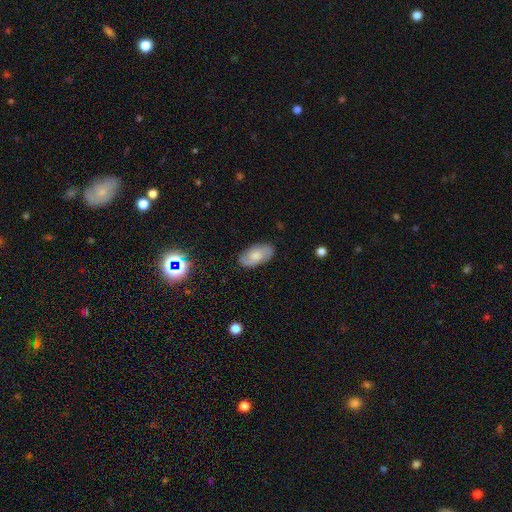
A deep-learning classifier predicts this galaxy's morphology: smooth_or_featured: smooth (p=0.50) [alt: featured or disk p=0.41]
how_rounded: in between (p=0.93) [alt: round p=0.04]
merging: none (p=0.82) [alt: minor disturbance p=0.14]